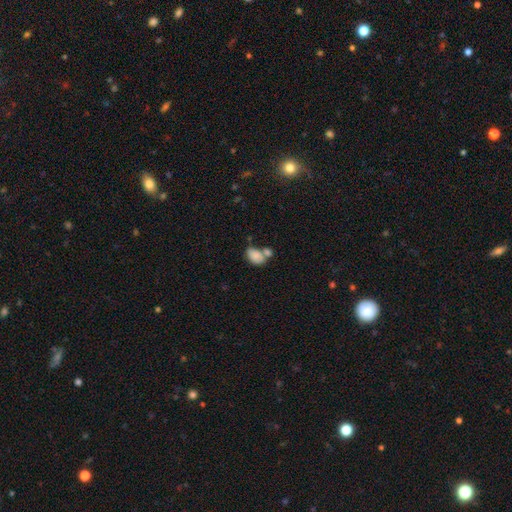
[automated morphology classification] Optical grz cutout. It shows a smooth galaxy with no disk features (81%) that is in between round and cigar-shaped (85%). Merging: merger (49%).